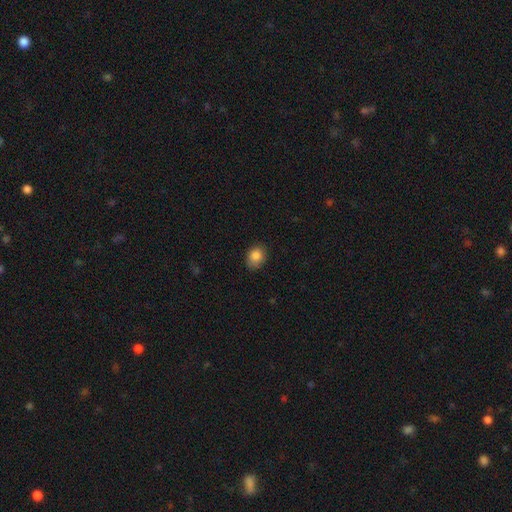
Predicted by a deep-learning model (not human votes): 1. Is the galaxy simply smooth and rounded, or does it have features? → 86% smooth, 9% star or artifact, 5% featured or disk.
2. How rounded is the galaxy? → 50% in between, 49% round, 1% cigar-shaped.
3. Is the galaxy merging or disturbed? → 77% none, 19% minor disturbance, 3% major disturbance, 1% merger.